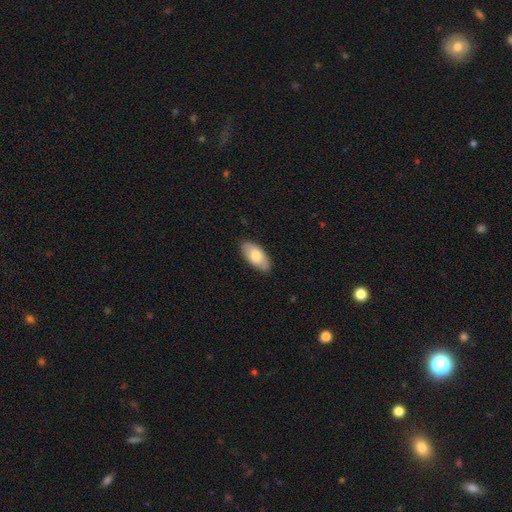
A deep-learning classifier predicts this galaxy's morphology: Overall: smooth (73%). How rounded: in between (92%). Merging: none (82%).